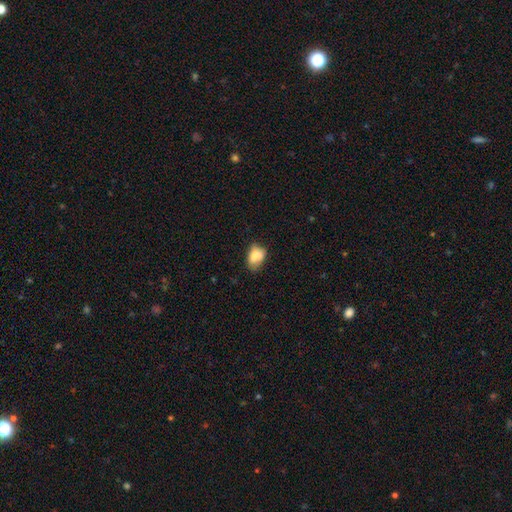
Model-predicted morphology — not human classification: A smooth galaxy with no disk features (80%) that is in between round and cigar-shaped (78%).

Vote fractions:
- Smooth or featured? smooth: 80% / featured or disk: 11% / star or artifact: 9%
- How rounded? in between: 78% / round: 21% / cigar-shaped: 1%
- Merging? none: 46% / minor disturbance: 36% / major disturbance: 11% / merger: 7%